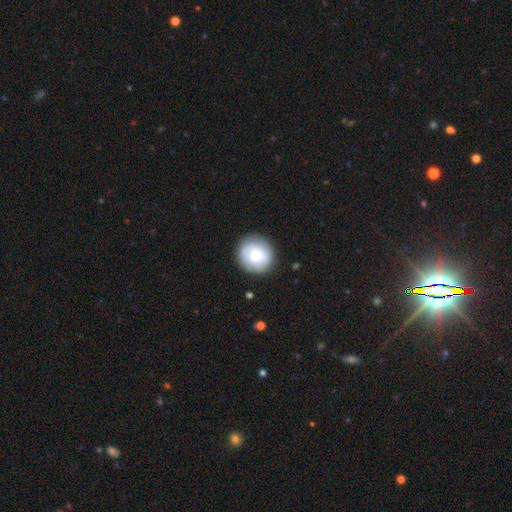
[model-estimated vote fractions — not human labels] This is possibly a smooth galaxy (54%). How rounded: clearly round (92%). Merging: clearly none (86%).